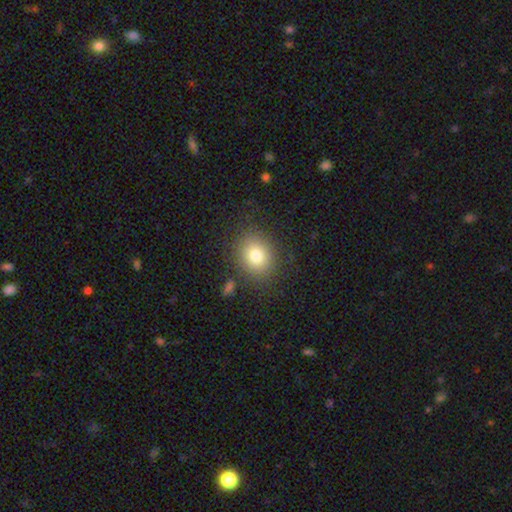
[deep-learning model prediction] Morphology: type=smooth (79%); roundness=round (62%); merging=none (84%).